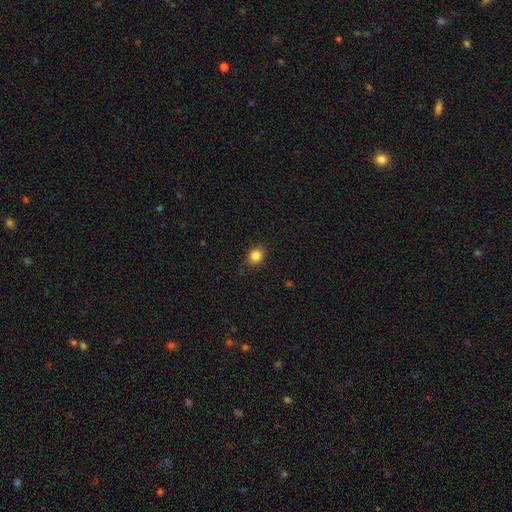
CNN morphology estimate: A smooth galaxy with no disk features (84%) that is round (70%).

Vote fractions:
- Smooth or featured? smooth: 84% / star or artifact: 11% / featured or disk: 5%
- How rounded? round: 70% / in between: 29% / cigar-shaped: 1%
- Merging? none: 85% / minor disturbance: 12% / major disturbance: 3% / merger: 1%